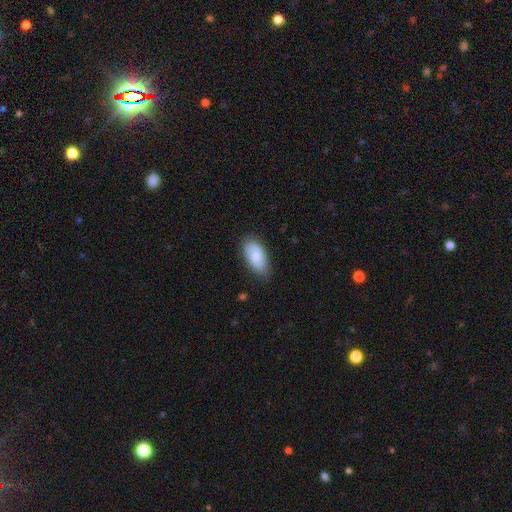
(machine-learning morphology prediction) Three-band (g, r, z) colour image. It shows a smooth galaxy with no disk features (69%) that is in between round and cigar-shaped (93%). Merging: none (76%).